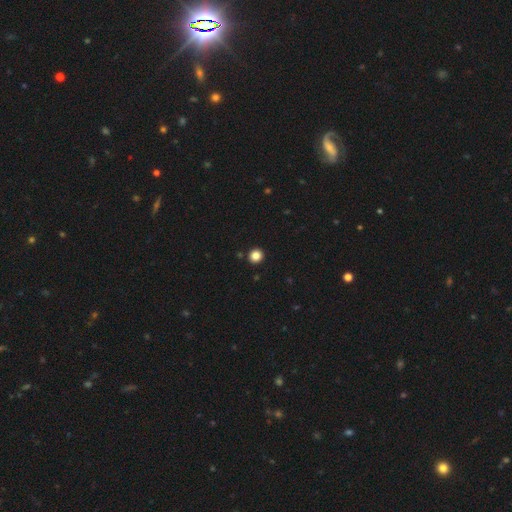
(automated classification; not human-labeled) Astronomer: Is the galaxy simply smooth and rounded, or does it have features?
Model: smooth — 85%.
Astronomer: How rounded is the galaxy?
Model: round — 93%.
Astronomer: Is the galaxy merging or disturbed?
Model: none — 93%.